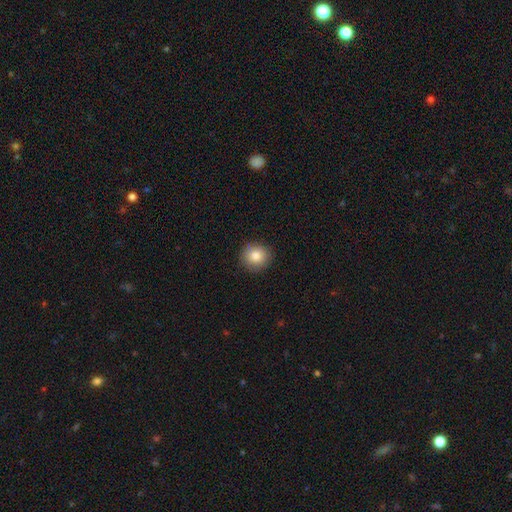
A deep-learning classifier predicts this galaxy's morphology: smooth_or_featured: smooth (p=0.83) [alt: star or artifact p=0.10]
how_rounded: round (p=0.89) [alt: in between p=0.10]
merging: none (p=0.90) [alt: minor disturbance p=0.07]